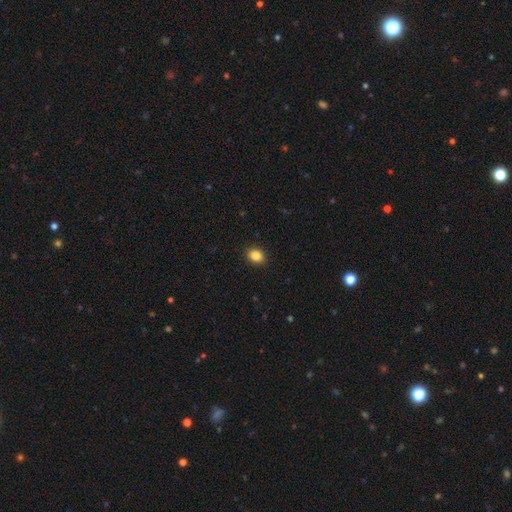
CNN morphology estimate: A smooth galaxy with no disk features (87%) that is in between round and cigar-shaped (51%).

Vote fractions:
- Smooth or featured? smooth: 87% / star or artifact: 10% / featured or disk: 4%
- How rounded? in between: 51% / round: 48% / cigar-shaped: 1%
- Merging? none: 91% / minor disturbance: 6% / major disturbance: 2% / merger: 1%